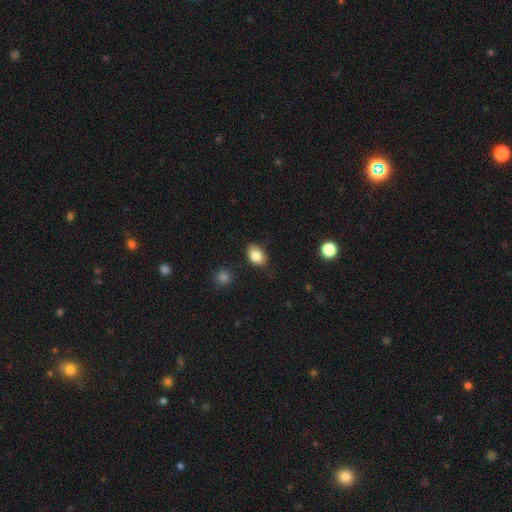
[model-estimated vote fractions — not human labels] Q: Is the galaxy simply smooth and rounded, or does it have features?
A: smooth — 84%.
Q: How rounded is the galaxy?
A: in between — 76%.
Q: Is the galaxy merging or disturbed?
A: none — 76%.